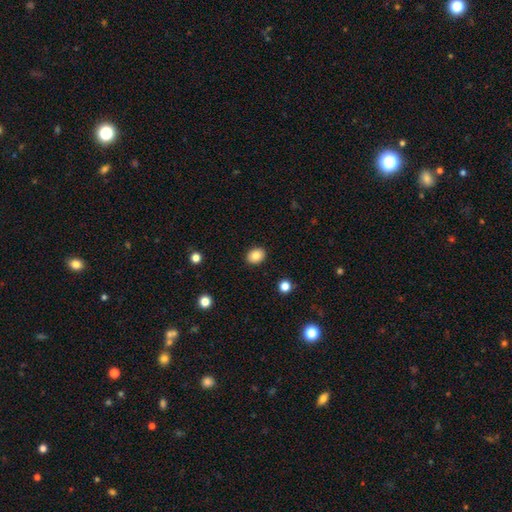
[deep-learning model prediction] A smooth galaxy with no disk features (84%) that is in between round and cigar-shaped (50%).

Vote fractions:
- Smooth or featured? smooth: 84% / star or artifact: 9% / featured or disk: 7%
- How rounded? in between: 50% / round: 49% / cigar-shaped: 1%
- Merging? none: 90% / minor disturbance: 7% / major disturbance: 2% / merger: 1%